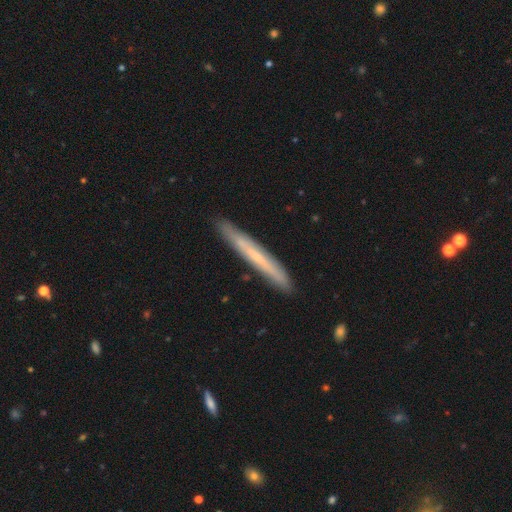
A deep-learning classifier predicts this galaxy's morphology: A smooth galaxy with no disk features (48%). Merging: none (88%).